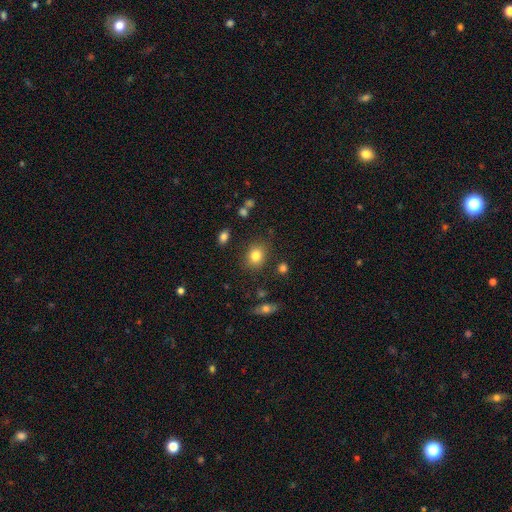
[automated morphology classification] Smooth or featured? smooth (81%)
How rounded? round (58%)
Merging? none (81%)